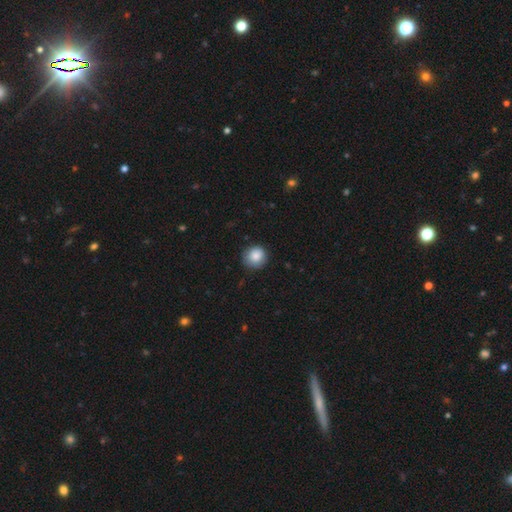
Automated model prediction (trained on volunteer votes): The model was most divided on "merging": none: 83%, minor disturbance: 13%, major disturbance: 3%, merger: 1%. More confident: how rounded — round (91%); smooth or featured — smooth (87%).